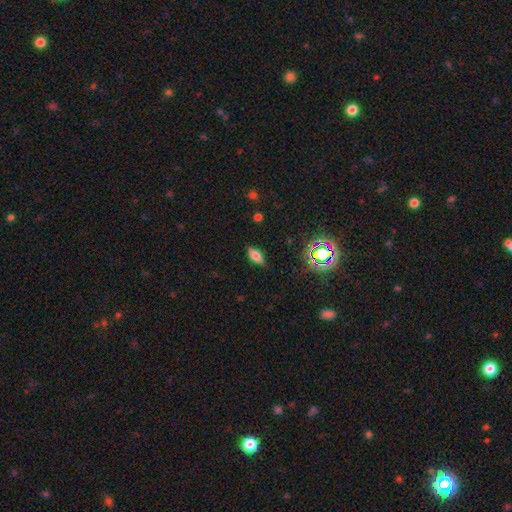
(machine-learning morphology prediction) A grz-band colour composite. It shows a smooth galaxy with no disk features (63%) that is in between round and cigar-shaped (80%). Merging: none (85%).